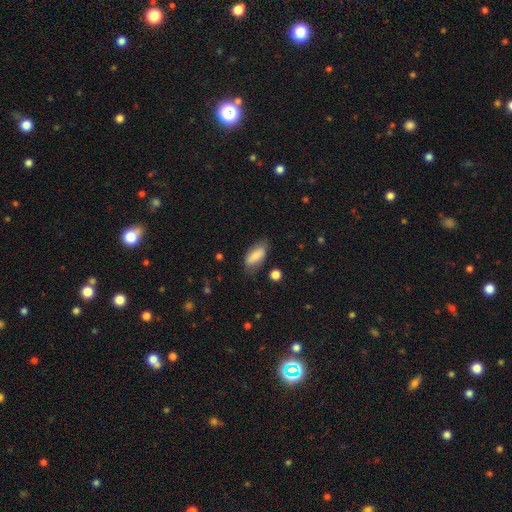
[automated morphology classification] Overall: smooth (74%). How rounded: in between (86%). Merging: none (72%).